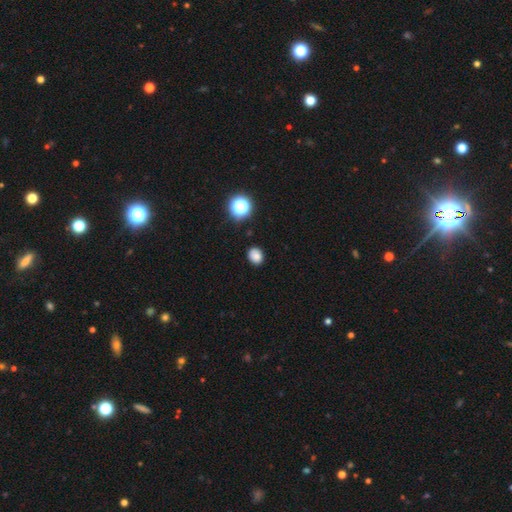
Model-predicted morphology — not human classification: This is clearly a smooth galaxy (81%). How rounded: possibly round (53%). Merging: clearly none (82%).